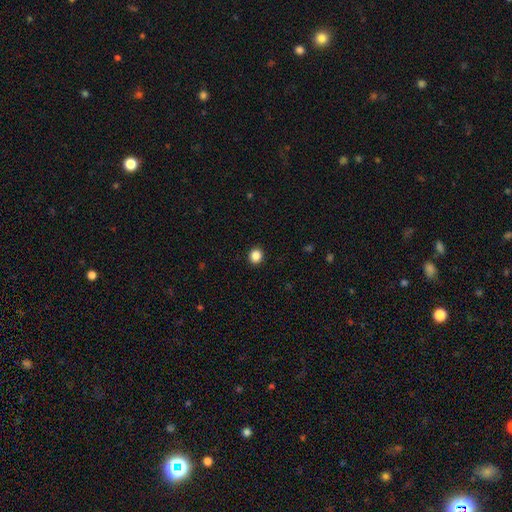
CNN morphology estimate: This appears to be a smooth galaxy with no disk features (86%) that is round (84%). Merging: none (93%).